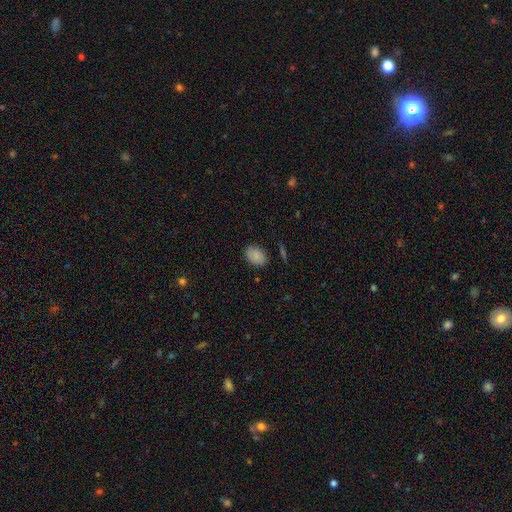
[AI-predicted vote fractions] Overall: smooth (86%). How rounded: in between (75%). Merging: none (84%).